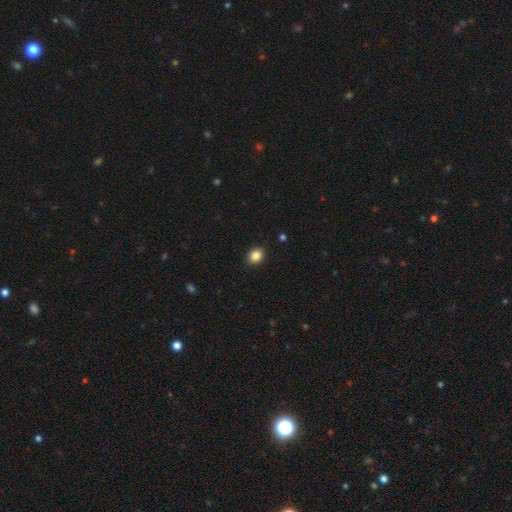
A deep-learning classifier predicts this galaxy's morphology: type=smooth (86%); roundness=round (53%); merging=none (91%).